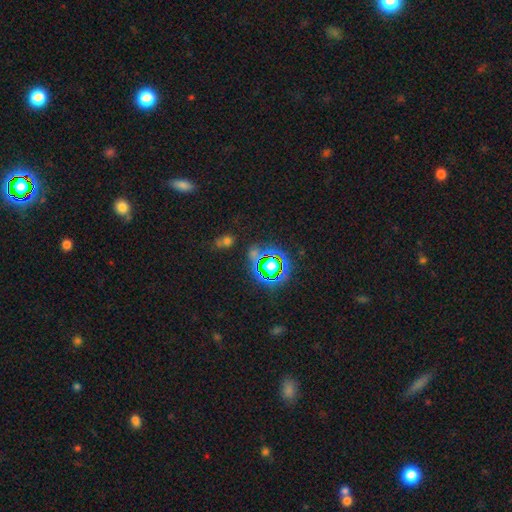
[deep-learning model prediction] A star or artifact, not a galaxy (70%).

Vote fractions:
- Smooth or featured? star or artifact: 70% / smooth: 20% / featured or disk: 10%